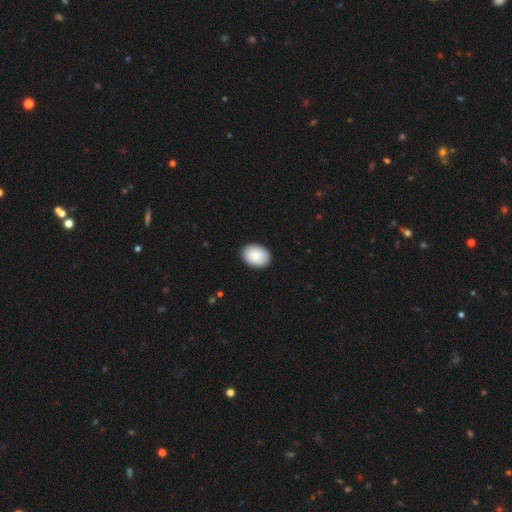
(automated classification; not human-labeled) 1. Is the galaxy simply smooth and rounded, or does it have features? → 90% smooth, 6% star or artifact, 5% featured or disk.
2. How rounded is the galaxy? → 75% in between, 24% round, 1% cigar-shaped.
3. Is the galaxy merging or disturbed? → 90% none, 7% minor disturbance, 2% major disturbance, 1% merger.